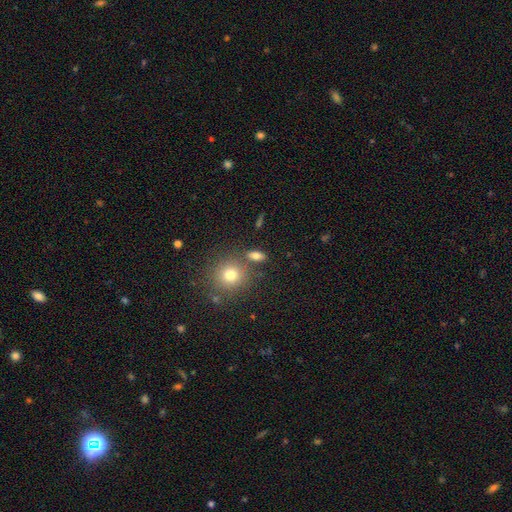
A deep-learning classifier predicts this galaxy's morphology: smooth-or-featured: smooth: 77% | star or artifact: 13% | featured or disk: 10%
  how-rounded: in between: 71% | round: 21% | cigar-shaped: 8%
  merging: none: 75% | minor disturbance: 11% | merger: 11% | major disturbance: 4%